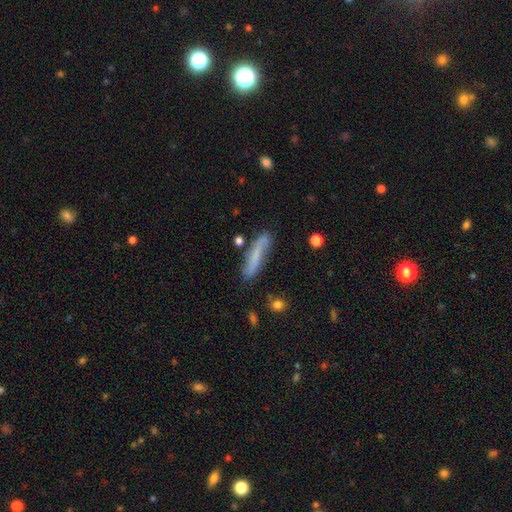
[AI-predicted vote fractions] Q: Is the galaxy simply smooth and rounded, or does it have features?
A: smooth — 58%.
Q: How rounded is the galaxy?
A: cigar-shaped — 84%.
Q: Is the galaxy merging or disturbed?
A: none — 69%.